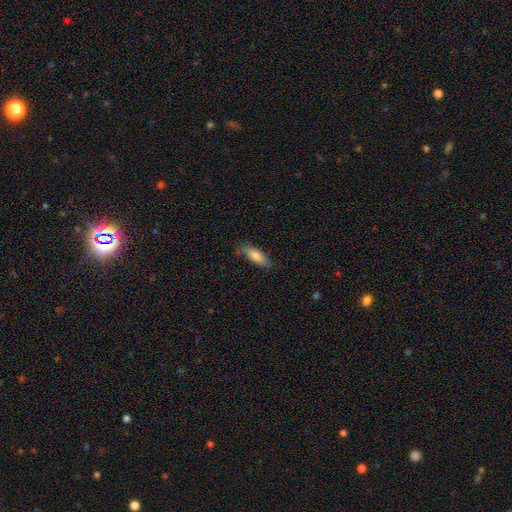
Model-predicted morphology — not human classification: A smooth galaxy with no disk features (80%) that is in between round and cigar-shaped (63%). Merging: none (72%).